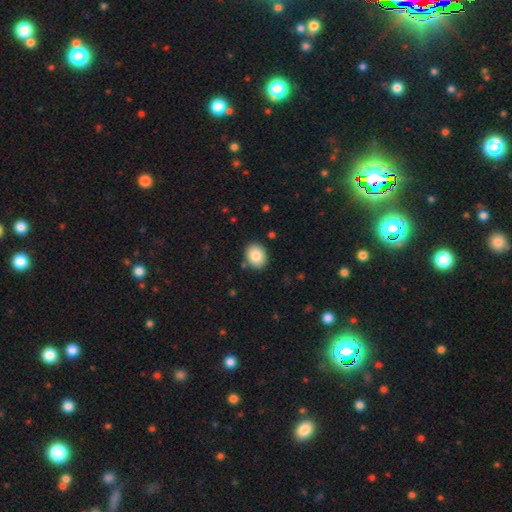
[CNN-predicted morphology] Overall: smooth (85%). How rounded: round (50%; in between 49%). Merging: none (87%).